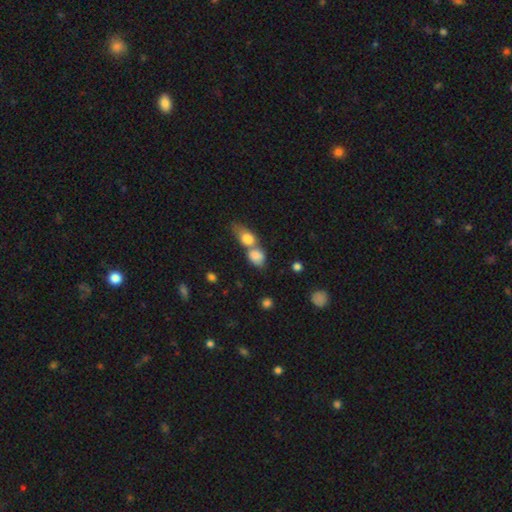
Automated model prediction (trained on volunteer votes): smooth 81%, featured or disk 11%, star or artifact 9%. Down the decision tree: how rounded — in between (65%); merging — merger (67%).